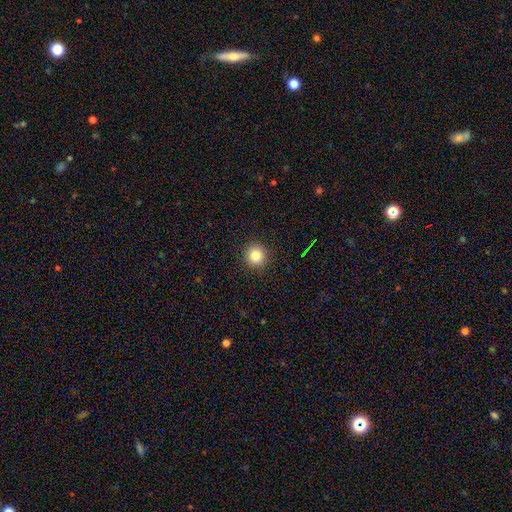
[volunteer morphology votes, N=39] This appears to be a smooth galaxy with no disk features (82%) that is round (97%). Merging: none (94%).